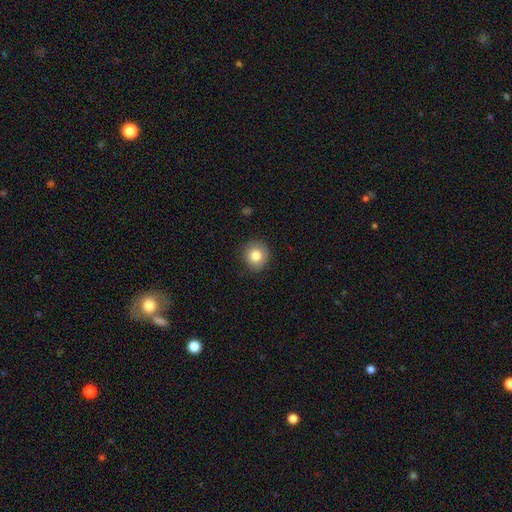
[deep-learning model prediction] smooth_or_featured: smooth (p=0.82) [alt: star or artifact p=0.09]
how_rounded: round (p=0.89) [alt: in between p=0.10]
merging: none (p=0.85) [alt: minor disturbance p=0.11]